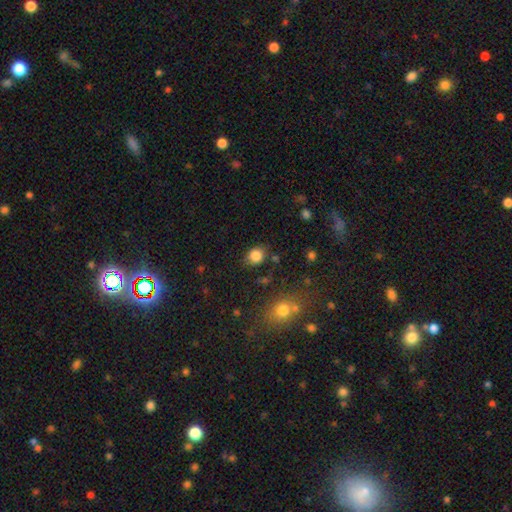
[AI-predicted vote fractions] Smooth or featured: smooth — 84% (star or artifact — 11%)
How rounded: round — 70% (in between — 29%)
Merging: none — 77% (minor disturbance — 15%)